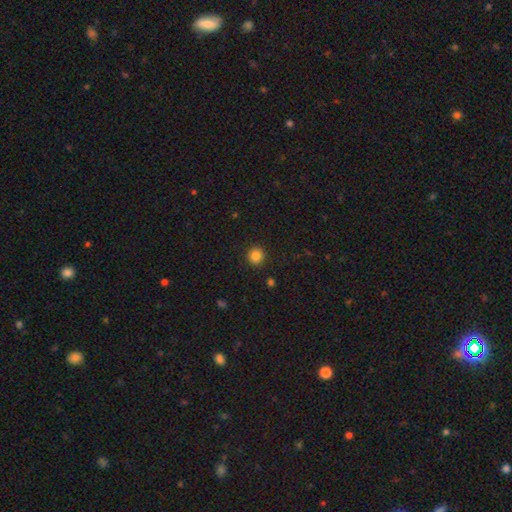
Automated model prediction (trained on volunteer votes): A smooth galaxy with no disk features (84%) that is round (91%).

Vote fractions:
- Smooth or featured? smooth: 84% / star or artifact: 12% / featured or disk: 4%
- How rounded? round: 91% / in between: 8% / cigar-shaped: 1%
- Merging? none: 92% / minor disturbance: 5% / major disturbance: 2% / merger: 1%